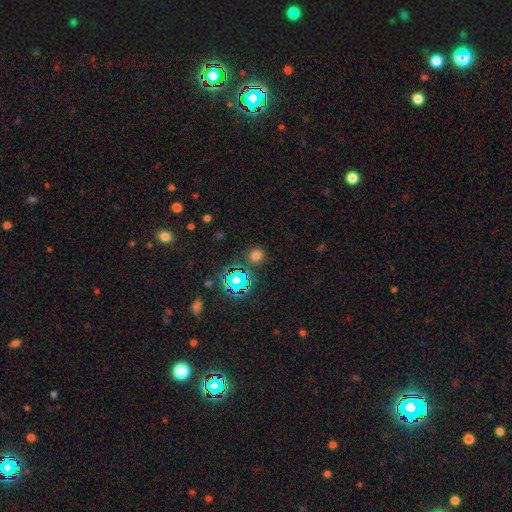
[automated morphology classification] This appears to be a smooth galaxy with no disk features (62%) that is round (76%). Merging: none (83%).